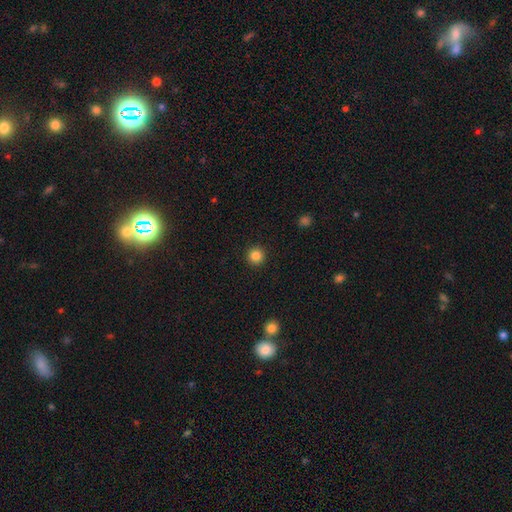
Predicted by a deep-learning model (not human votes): Smooth or featured: smooth — 85% (star or artifact — 11%)
How rounded: round — 96% (in between — 3%)
Merging: none — 93% (minor disturbance — 5%)